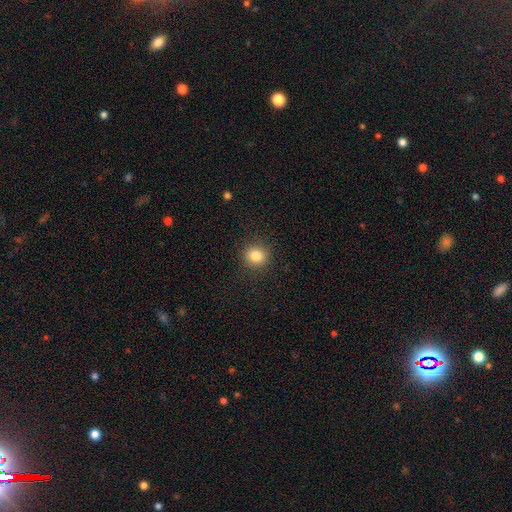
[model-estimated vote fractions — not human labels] A smooth galaxy with no disk features (83%) that is round (90%). Merging: none (91%).